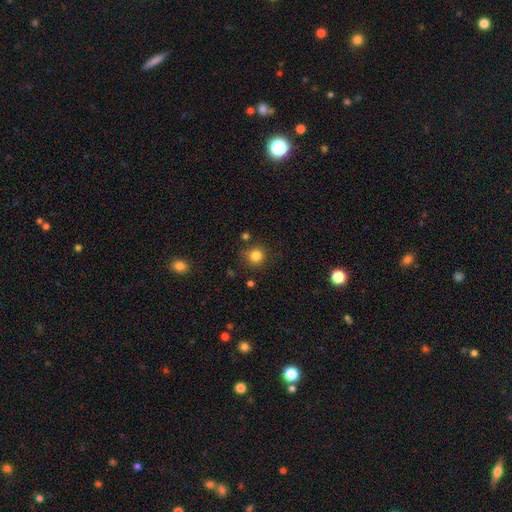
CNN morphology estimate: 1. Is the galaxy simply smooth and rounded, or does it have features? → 83% smooth, 12% star or artifact, 5% featured or disk.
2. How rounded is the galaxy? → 91% round, 8% in between, 1% cigar-shaped.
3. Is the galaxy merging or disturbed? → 81% none, 11% minor disturbance, 4% merger, 4% major disturbance.